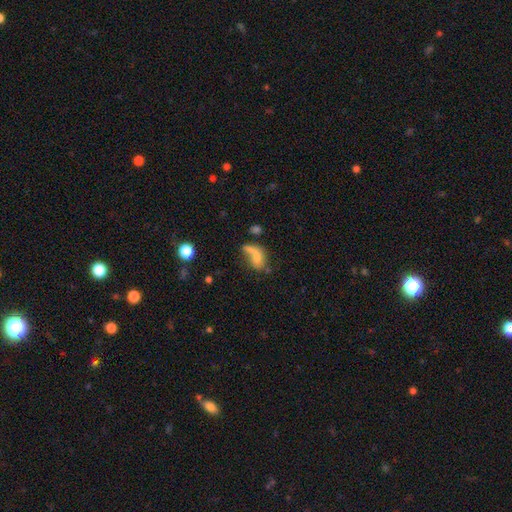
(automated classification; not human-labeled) Overall: smooth (58%; featured or disk 29%). How rounded: in between (78%). Merging: merger (32%; none 27%).